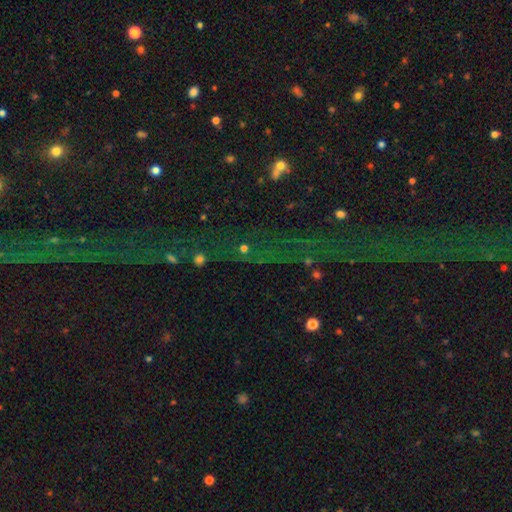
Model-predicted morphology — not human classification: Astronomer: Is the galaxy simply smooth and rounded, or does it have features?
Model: star or artifact — 75%.